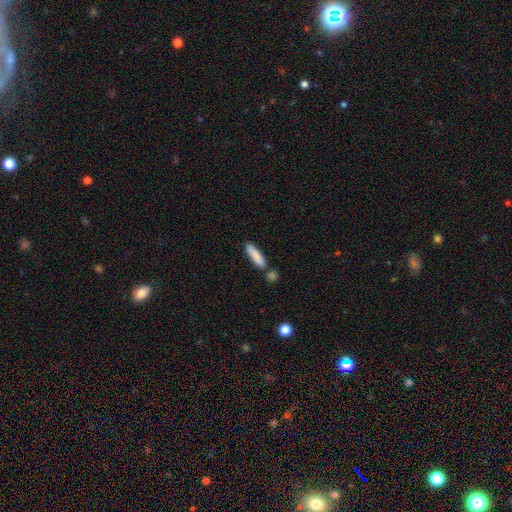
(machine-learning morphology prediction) Smooth or featured? Predicted: smooth (p=0.85). How rounded? Predicted: cigar-shaped (p=0.73). Merging? Predicted: none (p=0.71).